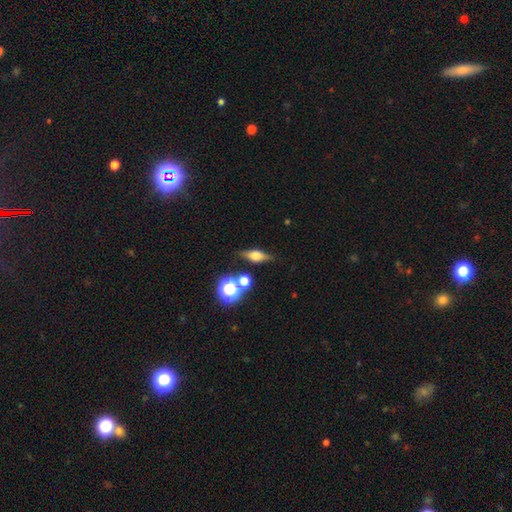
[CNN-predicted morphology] smooth_or_featured: featured or disk (p=0.49) [alt: smooth p=0.39]
merging: none (p=0.80) [alt: minor disturbance p=0.11]